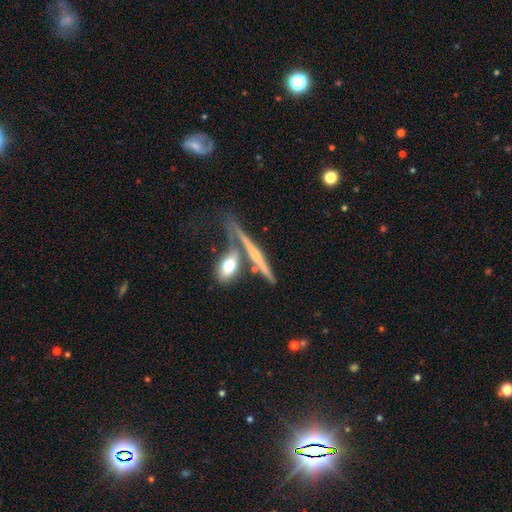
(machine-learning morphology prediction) This is likely a featured or disk galaxy (61%). It is clearly viewed edge-on (91%). Edge-on bulge: possibly rounded (49%). Merging: possibly none (59%).